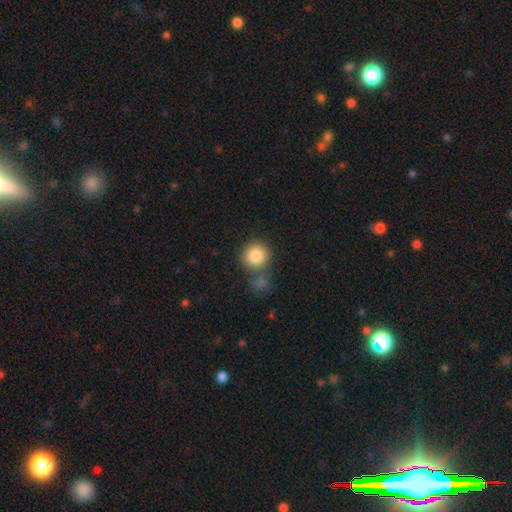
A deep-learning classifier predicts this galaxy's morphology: type=smooth (85%); roundness=round (90%); merging=none (66%).